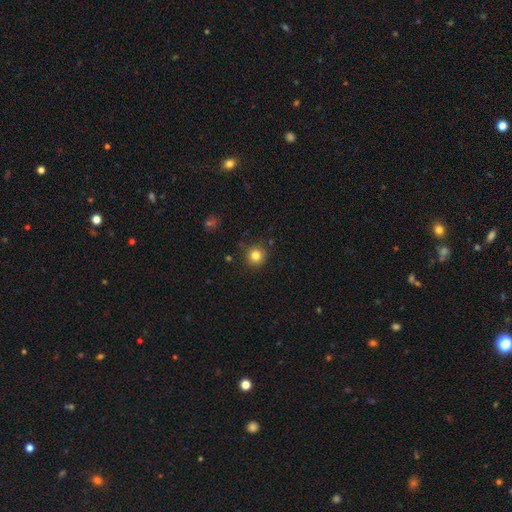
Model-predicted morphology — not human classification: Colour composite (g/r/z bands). It shows a smooth galaxy with no disk features (81%) that is round (94%). Merging: none (88%).